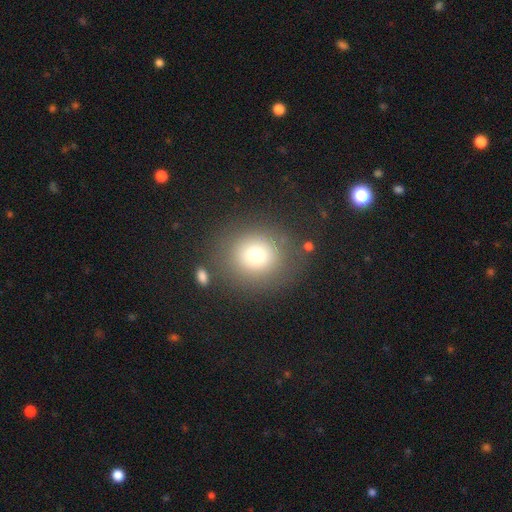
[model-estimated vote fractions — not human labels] smooth-or-featured: smooth: 74% | star or artifact: 14% | featured or disk: 12%
  how-rounded: round: 87% | in between: 12% | cigar-shaped: 1%
  merging: none: 79% | minor disturbance: 10% | major disturbance: 6% | merger: 4%